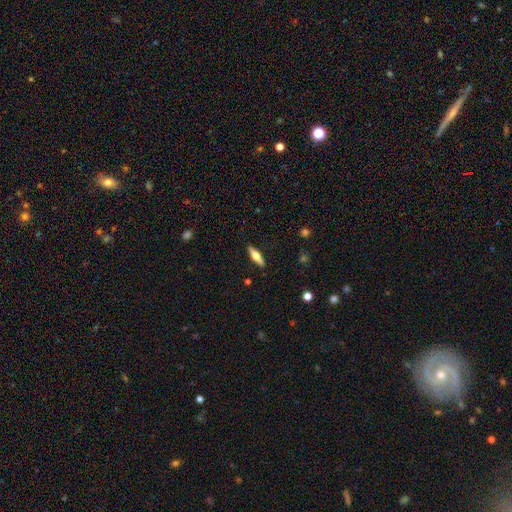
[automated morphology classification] Smooth or featured? Predicted: featured or disk (p=0.53). Edge-on disk? Predicted: yes (p=0.94). Edge-on bulge? Predicted: rounded (p=0.94). Merging? Predicted: none (p=0.89).